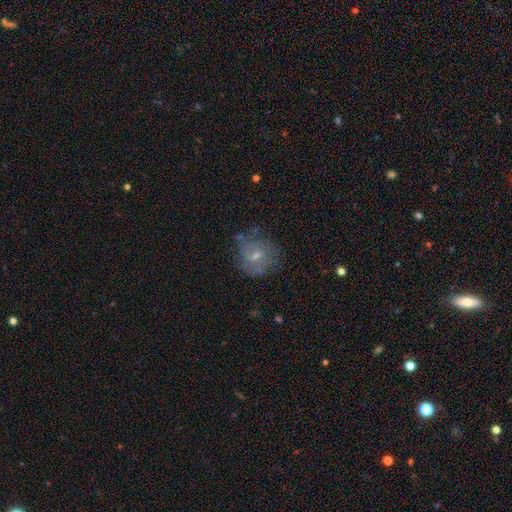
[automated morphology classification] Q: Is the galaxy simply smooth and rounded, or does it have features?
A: featured or disk — 52%.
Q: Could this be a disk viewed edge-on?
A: no — 96%.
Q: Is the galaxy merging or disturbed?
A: none — 58%.